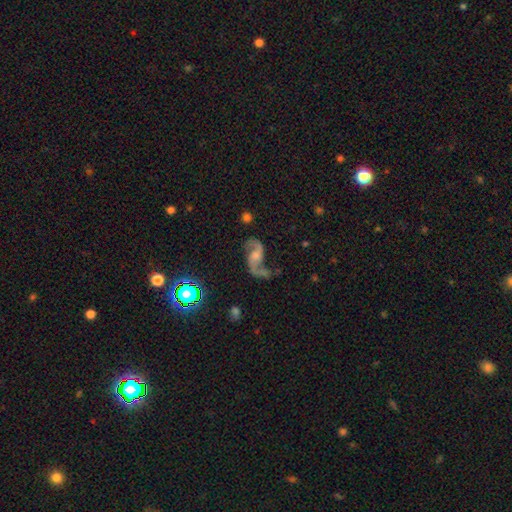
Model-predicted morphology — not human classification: A featured or disk galaxy (85%) with no bar (51%), 2 (93%) loose (77%) spiral arms (96%) and a moderate central bulge (33%, tied with small). Merging: none (66%).